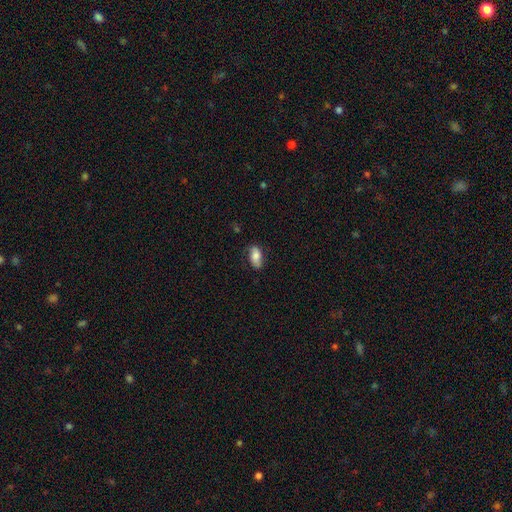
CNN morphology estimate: Smooth or featured? smooth (68%)
How rounded? in between (90%)
Merging? none (73%)